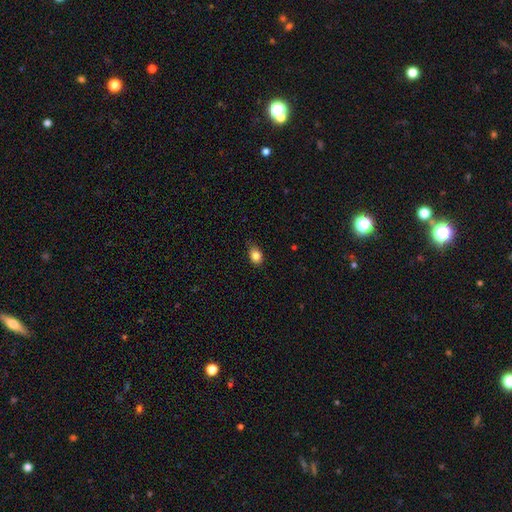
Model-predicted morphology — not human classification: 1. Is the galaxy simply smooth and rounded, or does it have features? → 85% smooth, 9% star or artifact, 6% featured or disk.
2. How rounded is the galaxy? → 73% in between, 25% round, 1% cigar-shaped.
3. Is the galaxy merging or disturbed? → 75% none, 20% minor disturbance, 3% major disturbance, 1% merger.